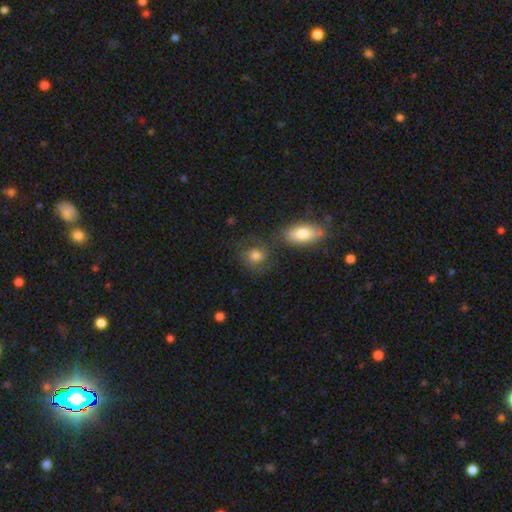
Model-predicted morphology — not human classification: smooth-or-featured: smooth: 59% | featured or disk: 30% | star or artifact: 11%
  how-rounded: round: 70% | in between: 29% | cigar-shaped: 2%
  merging: none: 57% | minor disturbance: 18% | merger: 15% | major disturbance: 10%